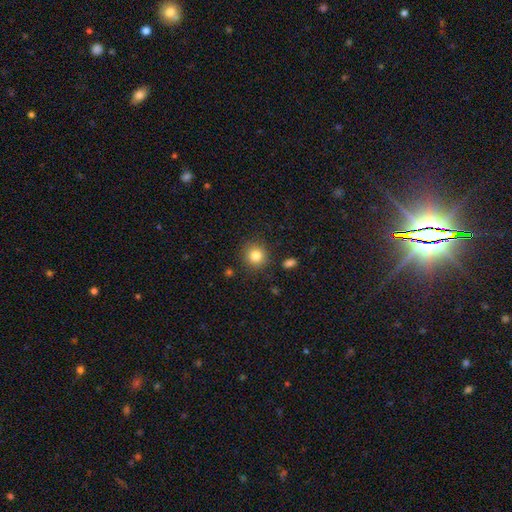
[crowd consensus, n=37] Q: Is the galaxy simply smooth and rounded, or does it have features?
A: smooth — 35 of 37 (95%).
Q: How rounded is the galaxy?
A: round — 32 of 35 (91%).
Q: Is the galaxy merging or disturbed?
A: none — 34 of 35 (97%).